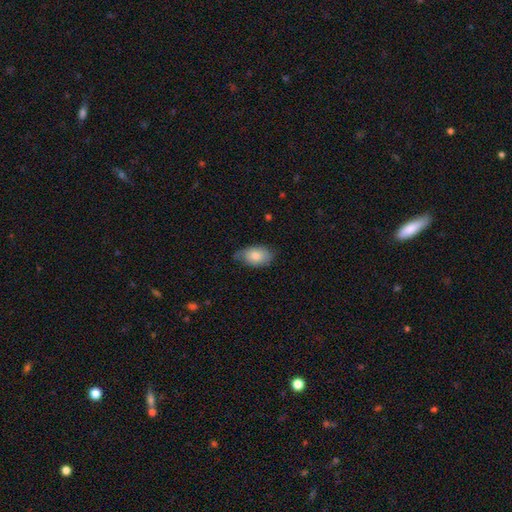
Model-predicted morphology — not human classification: smooth_or_featured: smooth (p=0.78) [alt: featured or disk p=0.16]
how_rounded: in between (p=0.91) [alt: round p=0.08]
merging: none (p=0.59) [alt: minor disturbance p=0.33]